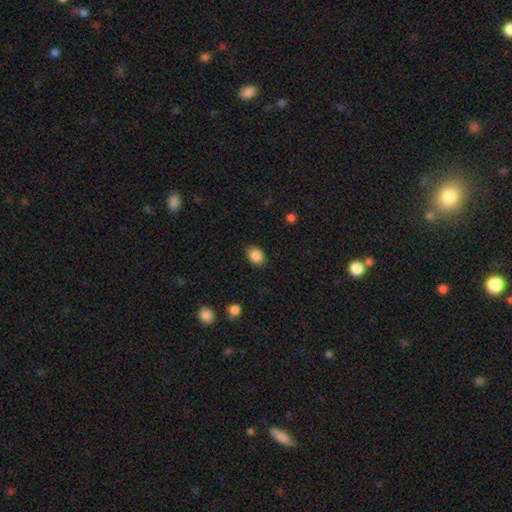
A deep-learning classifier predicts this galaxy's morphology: Q: Smooth or featured?
A: smooth (87%); runner-up: star or artifact (8%)
Q: How rounded?
A: in between (69%); runner-up: round (29%)
Q: Merging?
A: none (82%); runner-up: minor disturbance (14%)